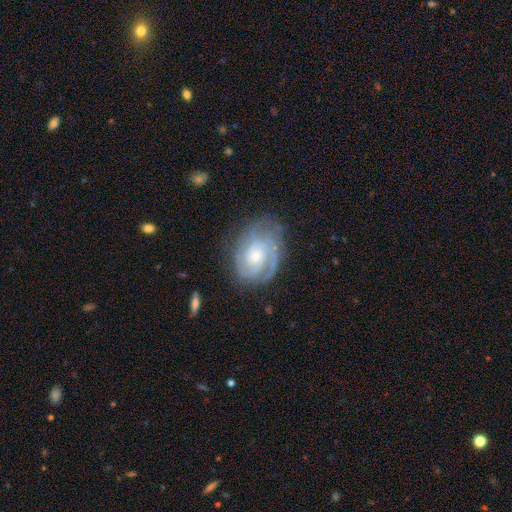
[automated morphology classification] smooth_or_featured: featured or disk (p=0.83) [alt: smooth p=0.11]
disk_edge_on: no (p=0.97) [alt: yes p=0.03]
bar: no (p=0.71) [alt: weak p=0.25]
has_spiral_arms: yes (p=0.95) [alt: no p=0.05]
spiral_winding: tight (p=0.64) [alt: medium p=0.29]
spiral_arm_count: 2 (p=0.32) [alt: can't tell p=0.30]
bulge_size: small (p=0.63) [alt: moderate p=0.32]
merging: none (p=0.69) [alt: minor disturbance p=0.20]